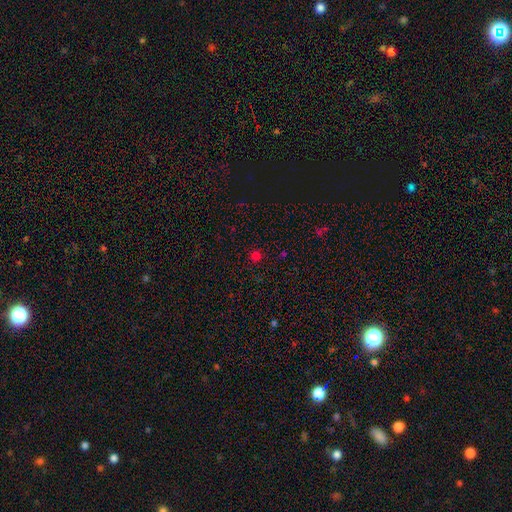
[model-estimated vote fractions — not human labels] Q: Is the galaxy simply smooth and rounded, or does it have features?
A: smooth — 71%.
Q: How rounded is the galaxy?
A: round — 93%.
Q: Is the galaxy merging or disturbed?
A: none — 89%.